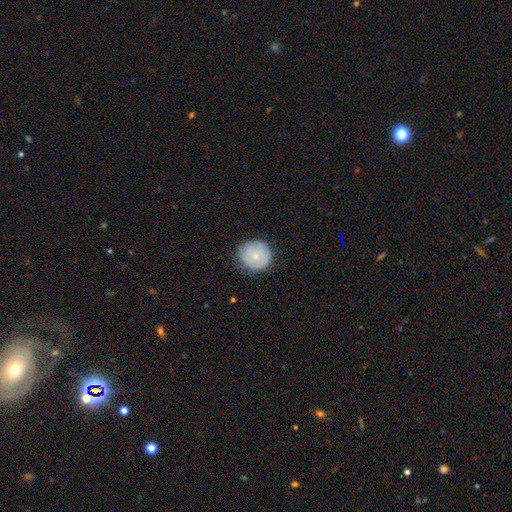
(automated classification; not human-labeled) Smooth or featured: smooth — 66% (featured or disk — 27%)
How rounded: round — 91% (in between — 8%)
Merging: none — 78% (minor disturbance — 17%)